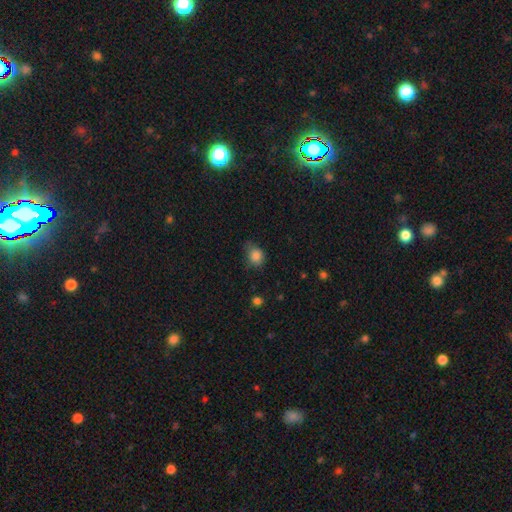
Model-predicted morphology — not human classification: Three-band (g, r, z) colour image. It shows a smooth galaxy with no disk features (84%) that is round (58%). Merging: none (52%).